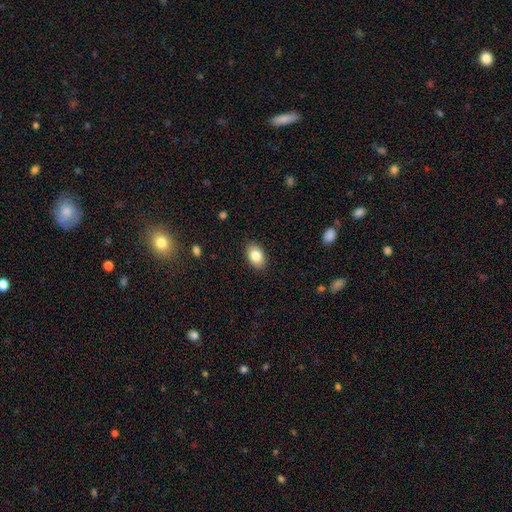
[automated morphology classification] Smooth or featured?
  - smooth: 84% *
  - featured or disk: 8%
  - star or artifact: 8%
How rounded?
  - in between: 87% *
  - round: 11%
  - cigar-shaped: 1%
Merging?
  - none: 88% *
  - minor disturbance: 9%
  - major disturbance: 2%
  - merger: 1%